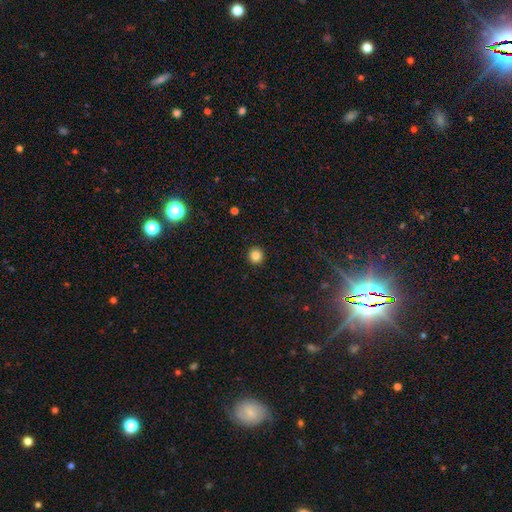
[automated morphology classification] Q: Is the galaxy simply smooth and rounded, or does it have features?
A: smooth — 85%.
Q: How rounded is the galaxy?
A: round — 95%.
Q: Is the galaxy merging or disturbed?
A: none — 93%.